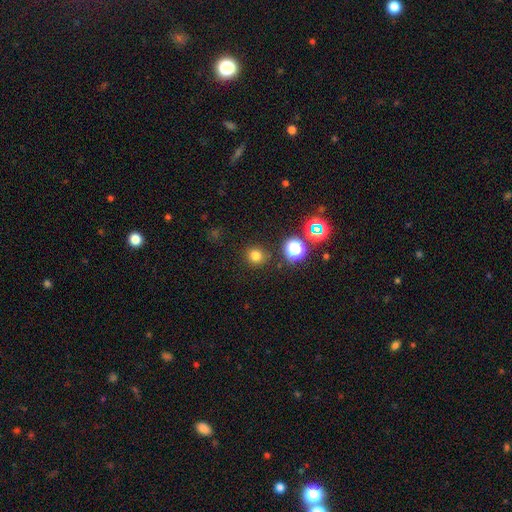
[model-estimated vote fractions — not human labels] This appears to be a smooth galaxy with no disk features (75%) that is round (92%). Merging: none (88%).